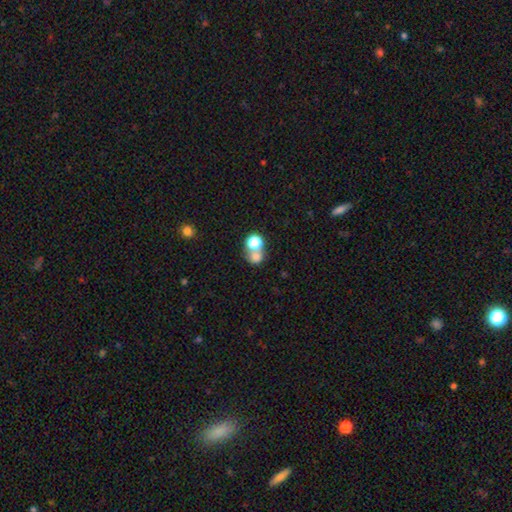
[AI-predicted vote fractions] Overall: smooth (71%). How rounded: round (75%). Merging: merger (51%; none 36%).